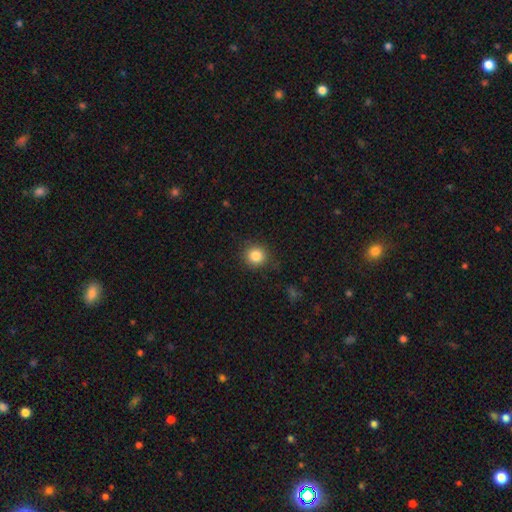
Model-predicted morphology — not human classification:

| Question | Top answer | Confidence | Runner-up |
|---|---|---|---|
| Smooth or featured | smooth | 85% | star or artifact (11%) |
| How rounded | round | 90% | in between (9%) |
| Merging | none | 87% | minor disturbance (9%) |